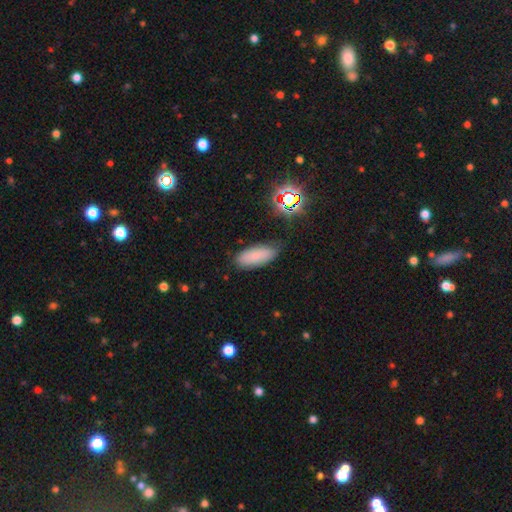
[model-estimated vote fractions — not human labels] Overall: smooth (81%). How rounded: in between (76%). Merging: none (79%).